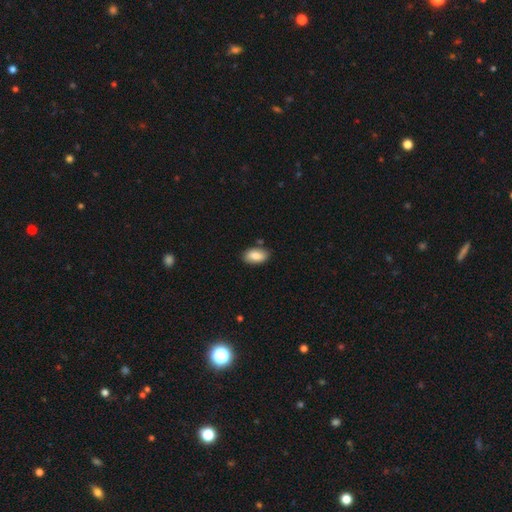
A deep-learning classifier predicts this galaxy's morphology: A smooth galaxy with no disk features (85%) that is in between round and cigar-shaped (93%).

Vote fractions:
- Smooth or featured? smooth: 85% / featured or disk: 8% / star or artifact: 7%
- How rounded? in between: 93% / round: 5% / cigar-shaped: 2%
- Merging? none: 82% / minor disturbance: 13% / merger: 3% / major disturbance: 2%